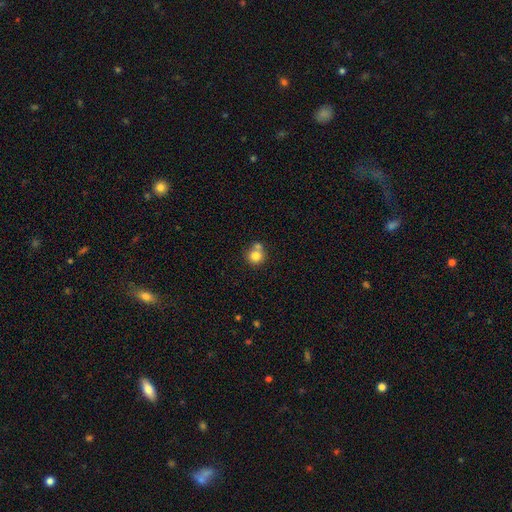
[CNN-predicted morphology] Q: Smooth or featured?
A: smooth (79%); runner-up: star or artifact (10%)
Q: How rounded?
A: round (89%); runner-up: in between (10%)
Q: Merging?
A: none (51%); runner-up: merger (37%)